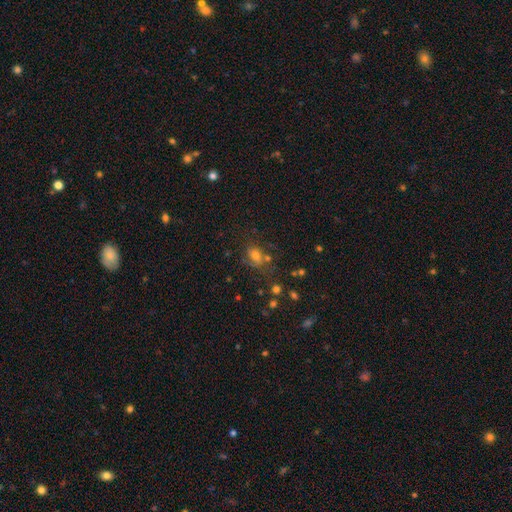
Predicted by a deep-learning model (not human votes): This is possibly a smooth galaxy (52%). How rounded: likely in between (62%). Merging: possibly none (56%).